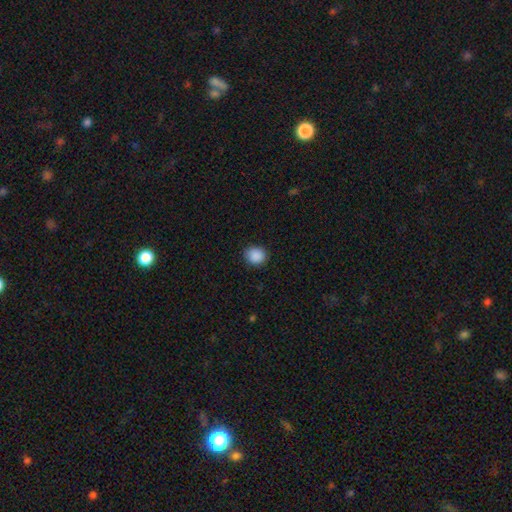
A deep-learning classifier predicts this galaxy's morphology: A smooth galaxy with no disk features (89%) that is round (79%).

Vote fractions:
- Smooth or featured? smooth: 89% / star or artifact: 8% / featured or disk: 2%
- How rounded? round: 79% / in between: 20% / cigar-shaped: 1%
- Merging? none: 89% / minor disturbance: 8% / major disturbance: 2% / merger: 1%